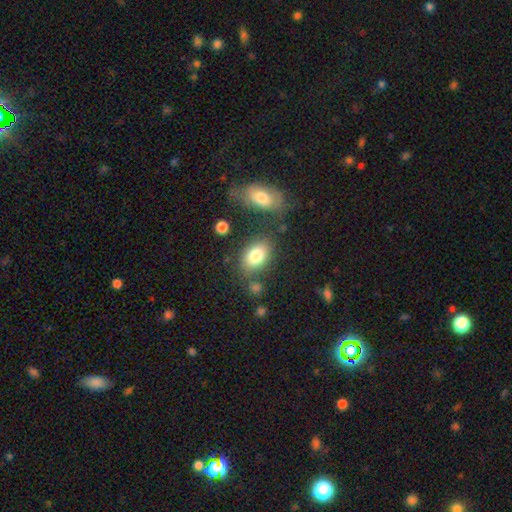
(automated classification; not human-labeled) Overall: smooth (81%). How rounded: in between (85%). Merging: none (71%).